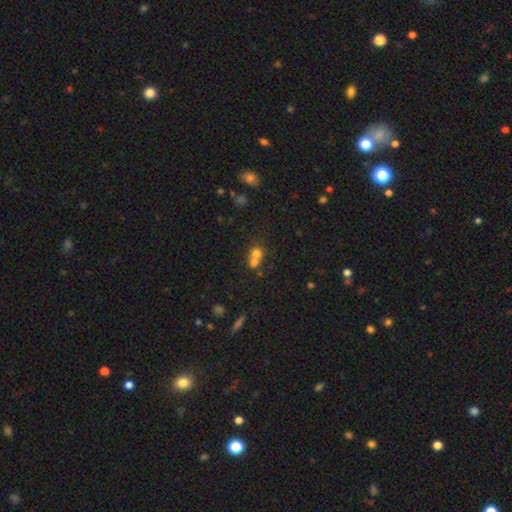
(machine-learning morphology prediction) A smooth galaxy with no disk features (67%) that is round (71%). Merging: merger (64%).